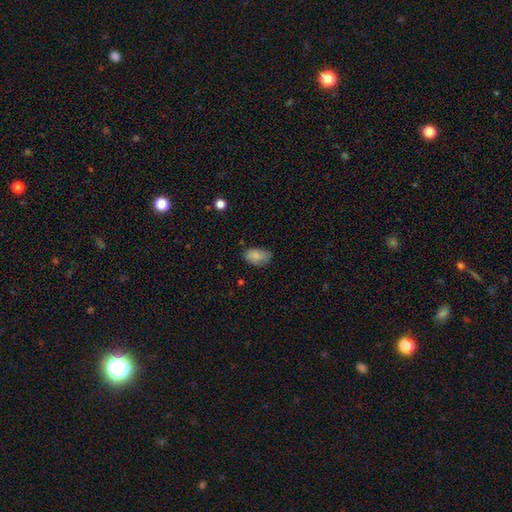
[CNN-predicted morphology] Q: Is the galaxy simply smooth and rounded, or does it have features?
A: smooth — 85%.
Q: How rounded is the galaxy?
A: in between — 91%.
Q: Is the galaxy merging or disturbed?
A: none — 64%.